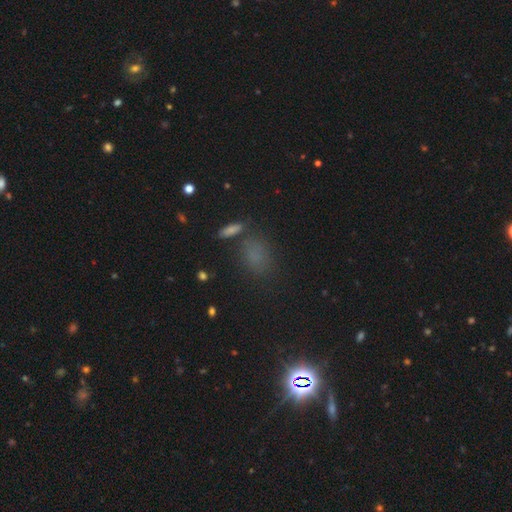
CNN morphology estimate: smooth_or_featured: smooth (p=0.65) [alt: star or artifact p=0.26]
how_rounded: in between (p=0.71) [alt: round p=0.24]
merging: none (p=0.63) [alt: minor disturbance p=0.16]